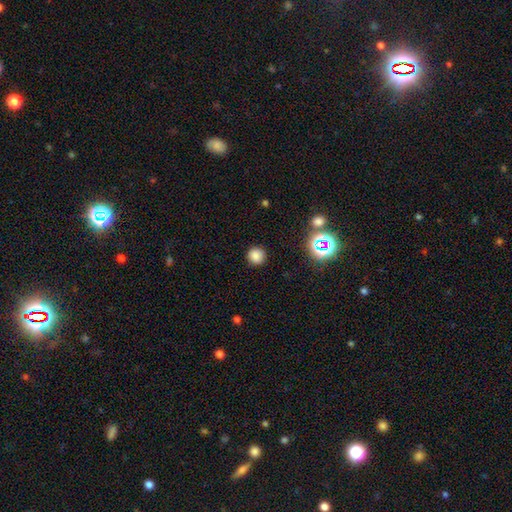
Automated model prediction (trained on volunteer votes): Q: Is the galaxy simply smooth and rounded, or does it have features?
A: smooth — 81%.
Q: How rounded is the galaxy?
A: round — 93%.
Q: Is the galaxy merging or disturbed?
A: none — 90%.